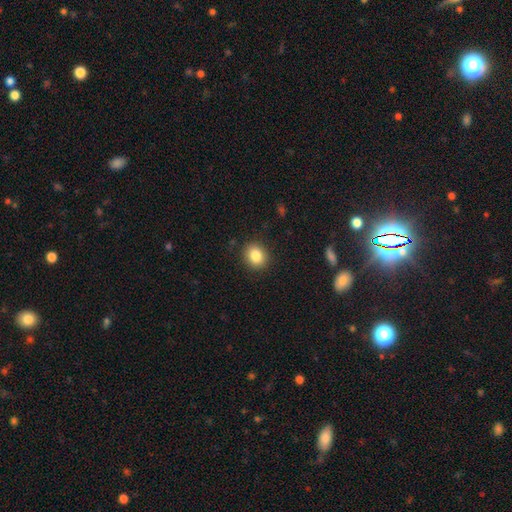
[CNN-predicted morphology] A smooth galaxy with no disk features (84%) that is round (67%).

Vote fractions:
- Smooth or featured? smooth: 84% / star or artifact: 10% / featured or disk: 6%
- How rounded? round: 67% / in between: 32% / cigar-shaped: 1%
- Merging? none: 89% / minor disturbance: 8% / major disturbance: 2% / merger: 1%